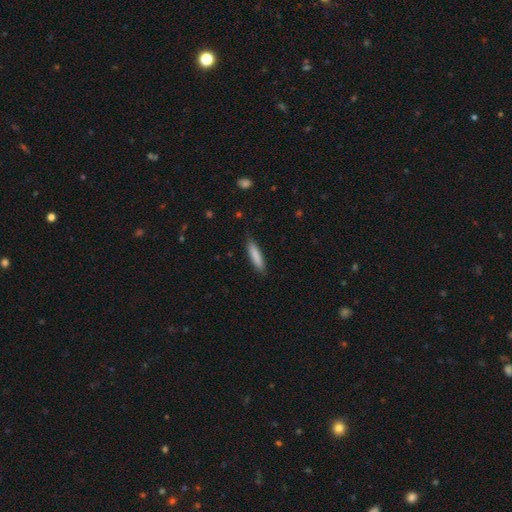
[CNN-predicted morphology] Smooth or featured? Predicted: smooth (p=0.84). How rounded? Predicted: cigar-shaped (p=0.84). Merging? Predicted: none (p=0.86).